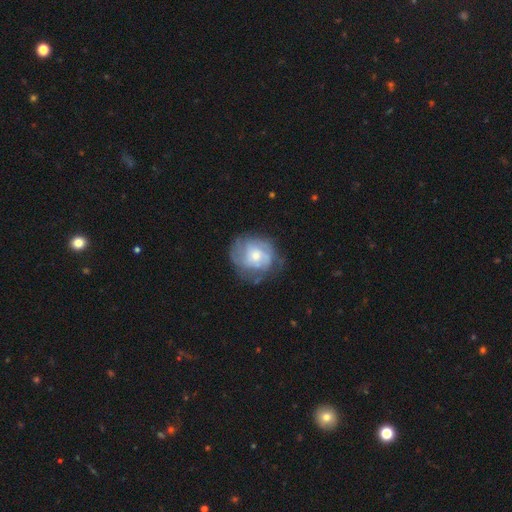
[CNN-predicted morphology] Smooth or featured: featured or disk — 60% (smooth — 33%)
Edge-on disk: no — 98% (yes — 2%)
Bar: no — 75% (weak — 22%)
Spiral arms: yes — 75% (no — 25%)
Bulge size: small — 46% (tied with moderate — 46%)
Merging: none — 62% (minor disturbance — 23%)